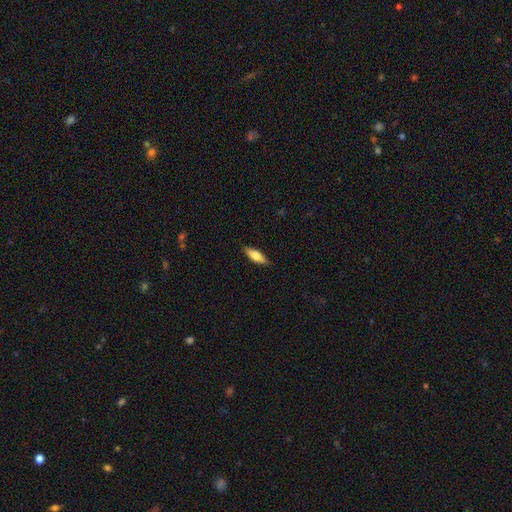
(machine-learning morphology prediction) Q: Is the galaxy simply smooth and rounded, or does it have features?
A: smooth — 74%.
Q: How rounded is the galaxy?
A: in between — 53%.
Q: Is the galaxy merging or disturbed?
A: none — 88%.